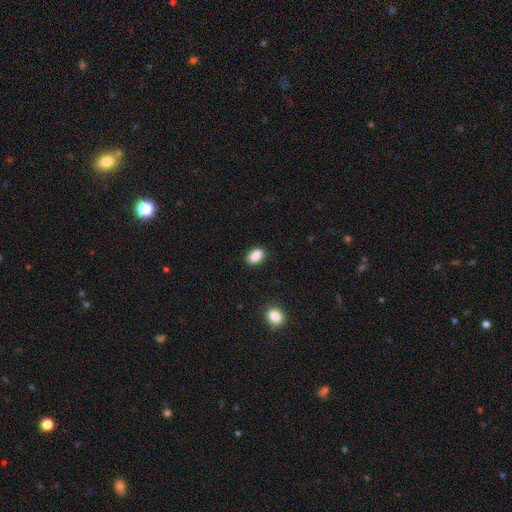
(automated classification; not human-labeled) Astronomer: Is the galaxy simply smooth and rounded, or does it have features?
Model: smooth — 88%.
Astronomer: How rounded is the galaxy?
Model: in between — 88%.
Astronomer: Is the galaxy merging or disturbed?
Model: none — 86%.